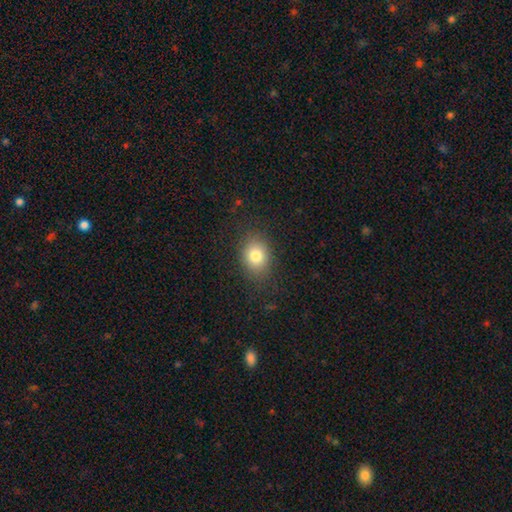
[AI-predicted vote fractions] This is likely a smooth galaxy (80%). How rounded: possibly in between (56%). Merging: clearly none (84%).